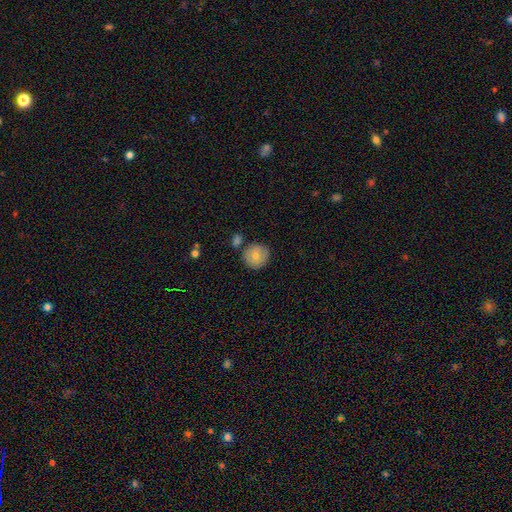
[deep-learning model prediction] smooth_or_featured: smooth (p=0.72) [alt: featured or disk p=0.20]
how_rounded: round (p=0.92) [alt: in between p=0.07]
merging: none (p=0.75) [alt: minor disturbance p=0.14]